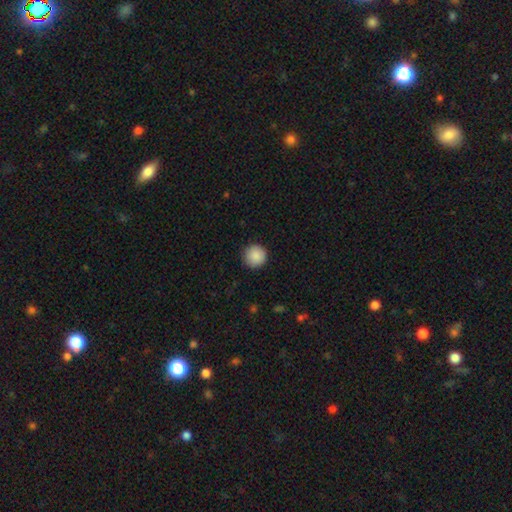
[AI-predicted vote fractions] Smooth or featured? smooth (88%)
How rounded? round (96%)
Merging? none (91%)